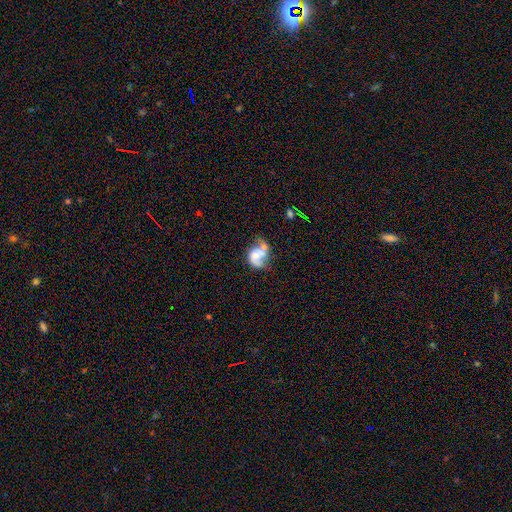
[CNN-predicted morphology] type=featured or disk (61%); edge-on=no (98%); bar=no (68%); spiral arms=yes (74%); bulge=moderate (45%); merging=merger (33%).